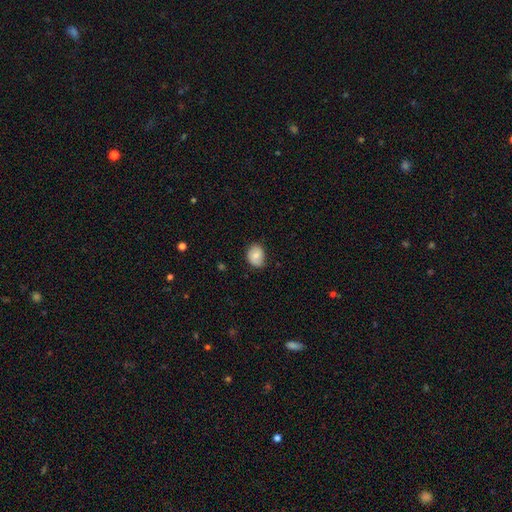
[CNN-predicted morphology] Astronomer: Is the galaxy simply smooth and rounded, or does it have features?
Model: smooth — 76%.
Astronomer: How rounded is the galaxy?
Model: in between — 56% (runner-up: round, 43%).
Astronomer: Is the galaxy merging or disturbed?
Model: none — 73%.